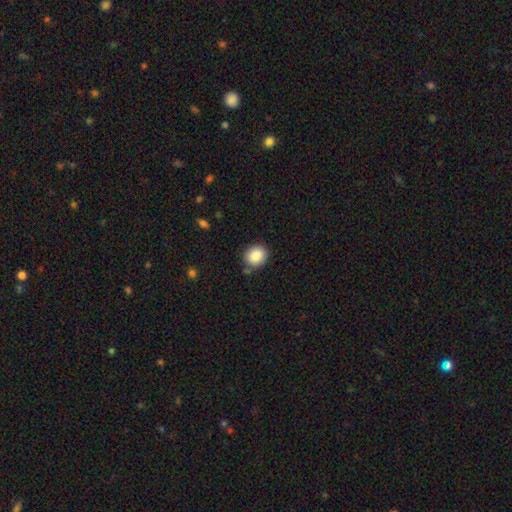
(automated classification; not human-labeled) Overall: smooth (86%). How rounded: round (72%). Merging: none (80%).